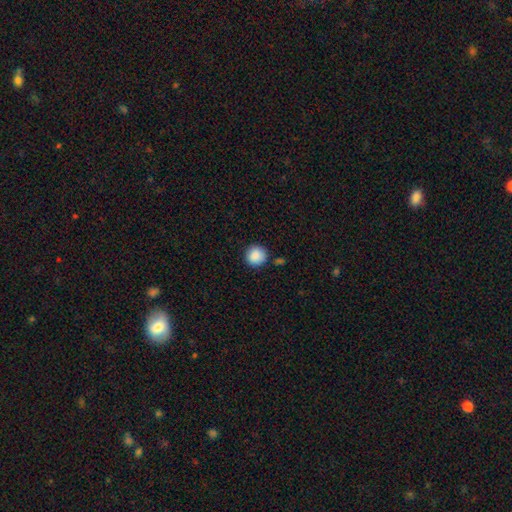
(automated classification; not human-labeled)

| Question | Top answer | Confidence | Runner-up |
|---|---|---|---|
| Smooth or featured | smooth | 88% | star or artifact (8%) |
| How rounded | round | 92% | in between (7%) |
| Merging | none | 86% | minor disturbance (9%) |